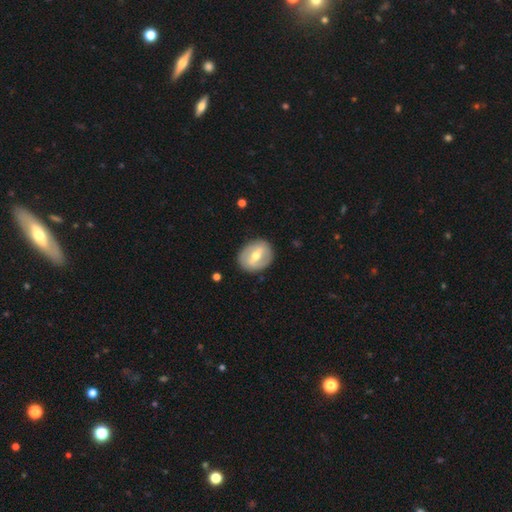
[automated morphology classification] This appears to be a featured or disk galaxy (58%) with a strong bar (47%), no spiral arms (65%) and a moderate central bulge (70%). Merging: none (87%).